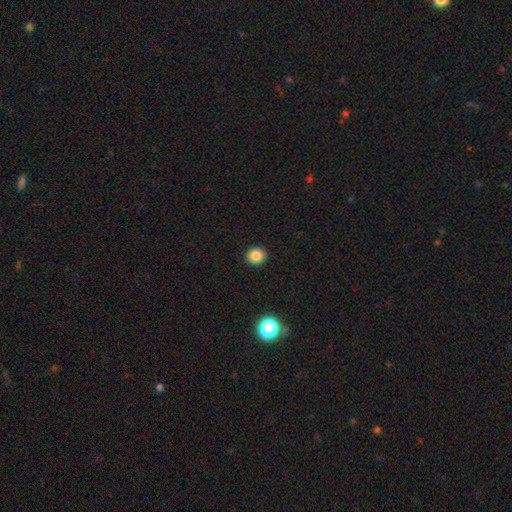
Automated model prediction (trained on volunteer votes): smooth_or_featured: smooth (p=0.85) [alt: star or artifact p=0.11]
how_rounded: round (p=0.81) [alt: in between p=0.18]
merging: none (p=0.92) [alt: minor disturbance p=0.05]